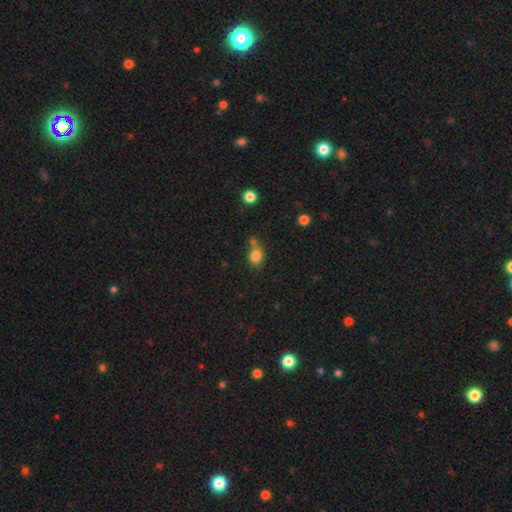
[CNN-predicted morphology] This is clearly a smooth galaxy (82%). How rounded: possibly round (55%). Merging: possibly none (49%).